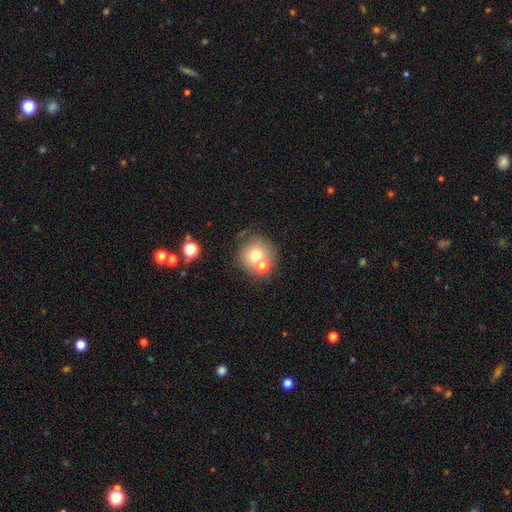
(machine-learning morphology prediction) Smooth or featured? smooth (68%)
How rounded? round (90%)
Merging? none (56%)